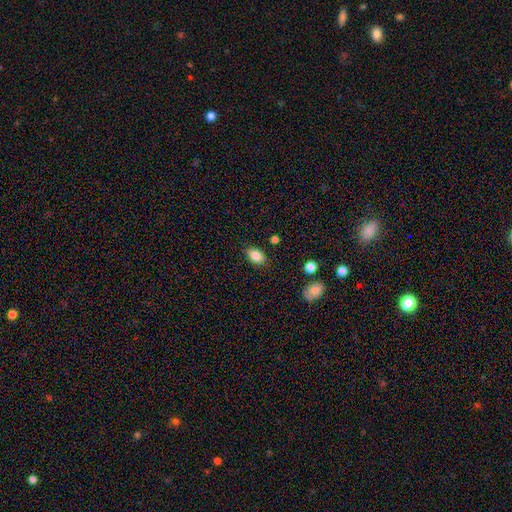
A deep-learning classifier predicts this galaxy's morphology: smooth 86%, star or artifact 9%, featured or disk 6%. Down the decision tree: how rounded — in between (84%); merging — none (84%).